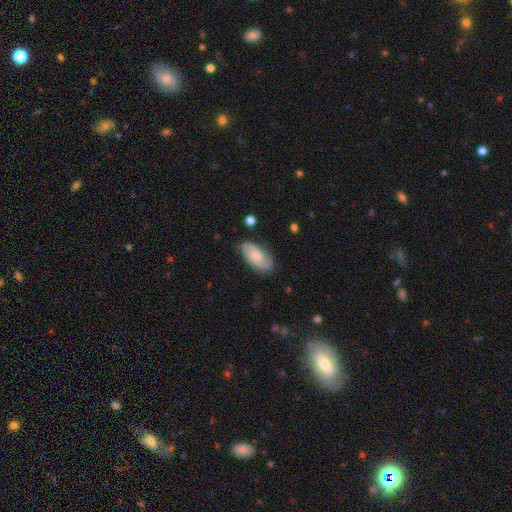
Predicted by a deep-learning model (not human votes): This appears to be a featured or disk galaxy (71%) with no bar (55%), 2 (86%) medium (48%) spiral arms (95%) and a small central bulge (35%). Merging: none (78%).